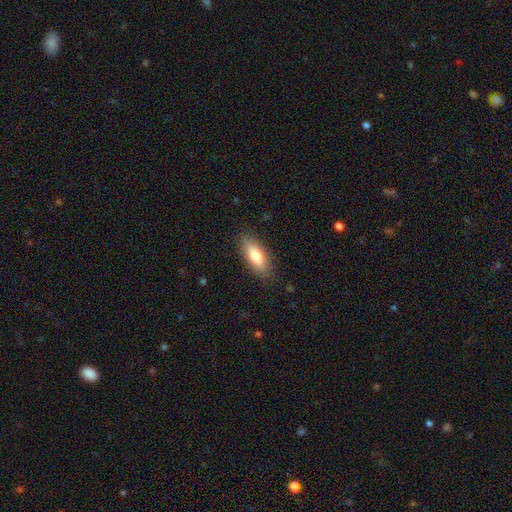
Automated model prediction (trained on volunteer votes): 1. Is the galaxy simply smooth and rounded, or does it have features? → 79% smooth, 15% featured or disk, 6% star or artifact.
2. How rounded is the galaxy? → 75% in between, 23% cigar-shaped, 2% round.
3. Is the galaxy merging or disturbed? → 86% none, 10% minor disturbance, 3% major disturbance, 1% merger.